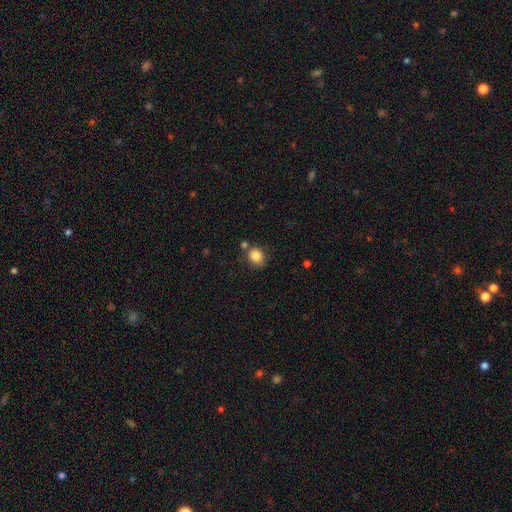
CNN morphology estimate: smooth 85%, star or artifact 10%, featured or disk 5%. Down the decision tree: how rounded — round (72%); merging — none (73%).